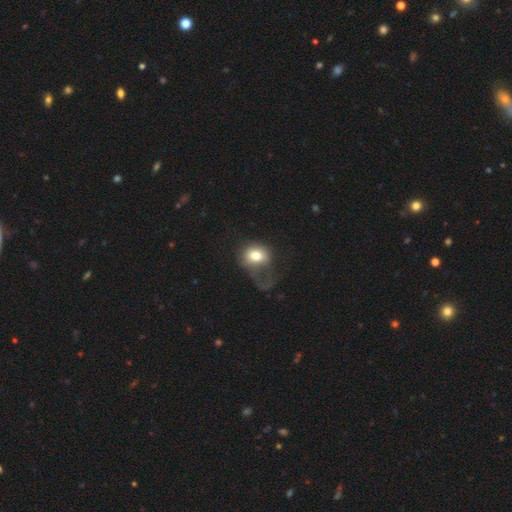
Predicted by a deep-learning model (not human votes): The model was most divided on "how rounded": round: 58%, in between: 41%, cigar-shaped: 1%. More confident: smooth or featured — smooth (72%); merging — major disturbance (54%).